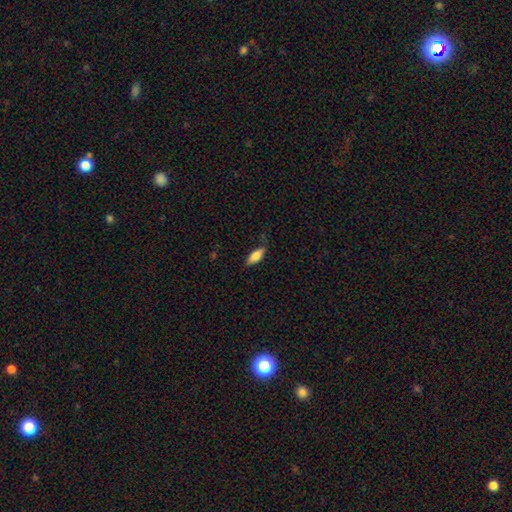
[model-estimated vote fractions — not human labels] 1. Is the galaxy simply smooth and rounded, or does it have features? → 80% smooth, 14% featured or disk, 7% star or artifact.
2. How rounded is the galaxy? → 77% in between, 21% cigar-shaped, 2% round.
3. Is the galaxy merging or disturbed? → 76% none, 19% minor disturbance, 4% major disturbance, 1% merger.